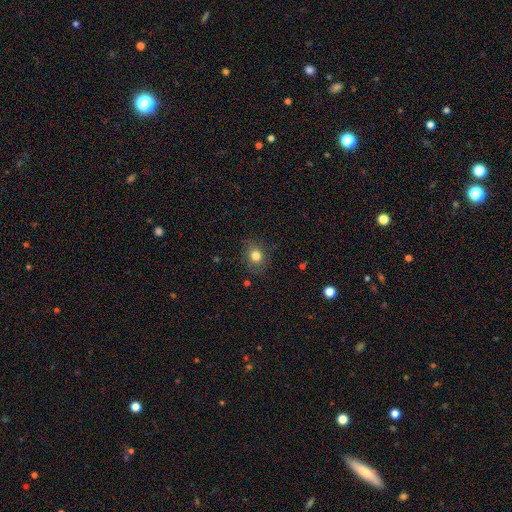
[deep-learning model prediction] smooth_or_featured: smooth (p=0.79) [alt: star or artifact p=0.12]
how_rounded: round (p=0.59) [alt: in between p=0.40]
merging: none (p=0.81) [alt: minor disturbance p=0.14]